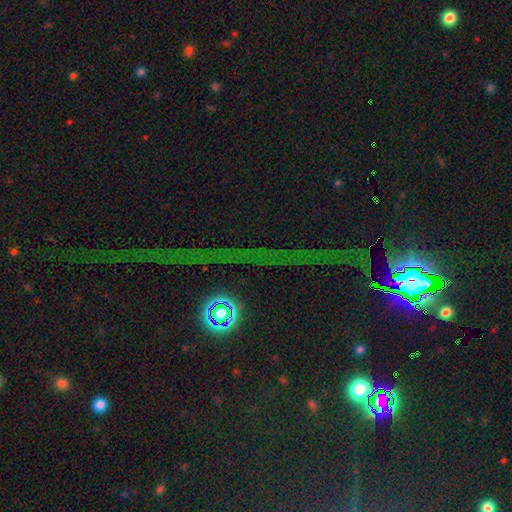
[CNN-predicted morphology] Q: Smooth or featured?
A: star or artifact (76%); runner-up: featured or disk (13%)